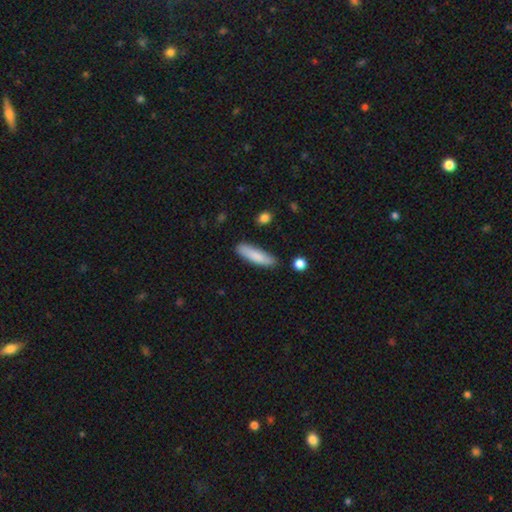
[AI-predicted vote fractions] Q: Smooth or featured?
A: smooth (83%); runner-up: featured or disk (11%)
Q: How rounded?
A: cigar-shaped (70%); runner-up: in between (28%)
Q: Merging?
A: none (81%); runner-up: minor disturbance (13%)